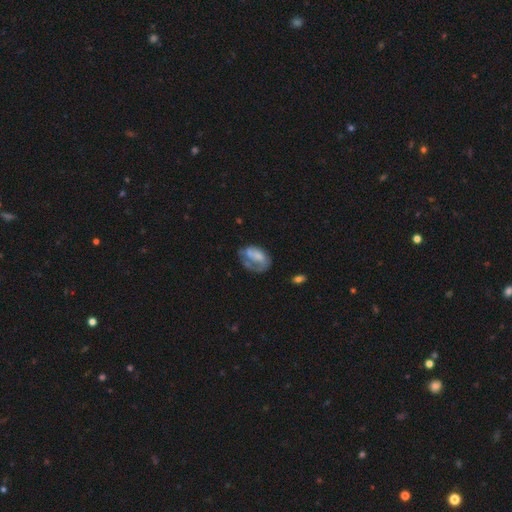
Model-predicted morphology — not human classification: smooth-or-featured: smooth: 47% | featured or disk: 45% | star or artifact: 8%
  merging: major disturbance: 36% | none: 33% | minor disturbance: 25% | merger: 7%